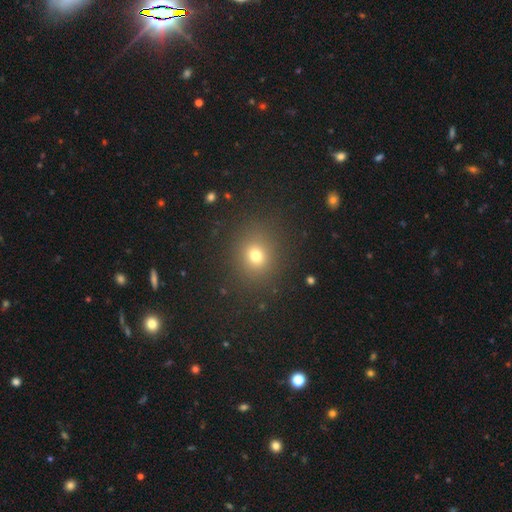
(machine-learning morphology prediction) smooth-or-featured: smooth: 73% | star or artifact: 19% | featured or disk: 8%
  how-rounded: round: 78% | in between: 22% | cigar-shaped: 1%
  merging: none: 87% | minor disturbance: 8% | major disturbance: 4% | merger: 1%